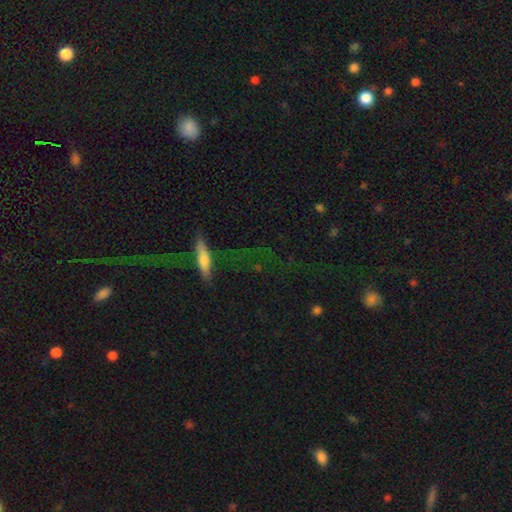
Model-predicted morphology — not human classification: featured or disk 42%, star or artifact 29%, smooth 29%. Down the decision tree: merging — none (58%).